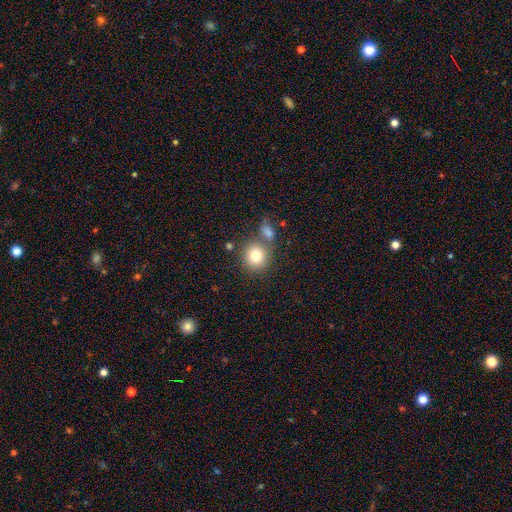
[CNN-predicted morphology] smooth-or-featured: smooth: 79% | featured or disk: 10% | star or artifact: 10%
  how-rounded: round: 88% | in between: 11% | cigar-shaped: 1%
  merging: none: 66% | merger: 21% | minor disturbance: 10% | major disturbance: 4%